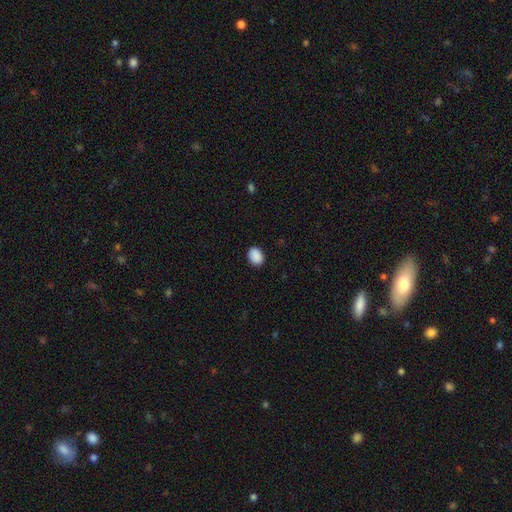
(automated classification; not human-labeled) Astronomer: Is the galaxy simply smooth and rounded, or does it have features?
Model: smooth — 90%.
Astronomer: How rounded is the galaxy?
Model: in between — 70%.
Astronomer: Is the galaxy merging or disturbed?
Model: none — 89%.